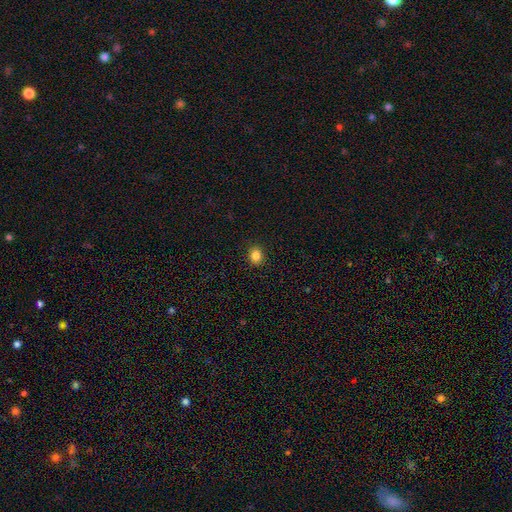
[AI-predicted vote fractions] Q: Smooth or featured?
A: smooth (85%); runner-up: star or artifact (11%)
Q: How rounded?
A: round (62%); runner-up: in between (37%)
Q: Merging?
A: none (91%); runner-up: minor disturbance (6%)